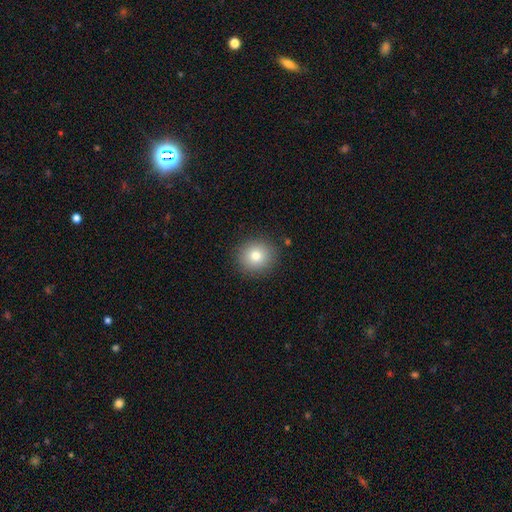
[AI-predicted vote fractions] This is likely a smooth galaxy (79%). How rounded: clearly round (89%). Merging: clearly none (89%).